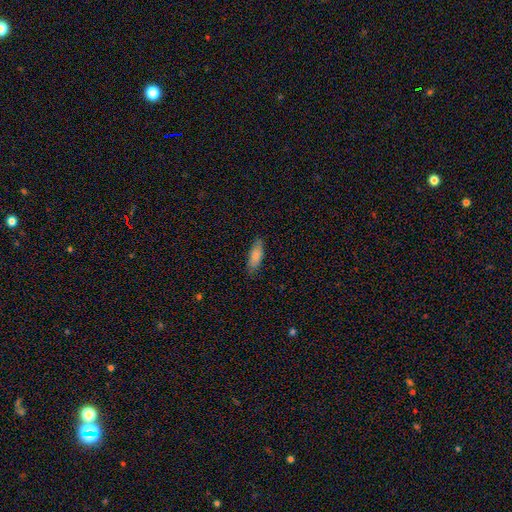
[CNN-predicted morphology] Overall: smooth (83%). How rounded: in between (66%; cigar-shaped 32%). Merging: none (83%).